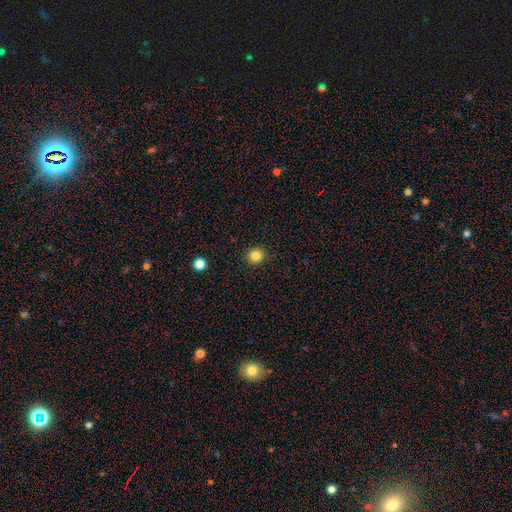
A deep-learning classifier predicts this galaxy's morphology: This appears to be a smooth galaxy with no disk features (83%) that is round (92%). Merging: none (92%).